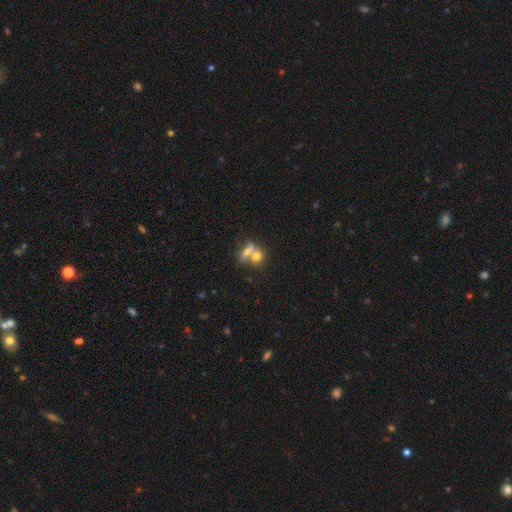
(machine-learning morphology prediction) Smooth or featured?
  - smooth: 69% *
  - featured or disk: 20%
  - star or artifact: 11%
How rounded?
  - round: 51% *
  - in between: 39%
  - cigar-shaped: 10%
Merging?
  - merger: 54% *
  - none: 33%
  - minor disturbance: 8%
  - major disturbance: 5%